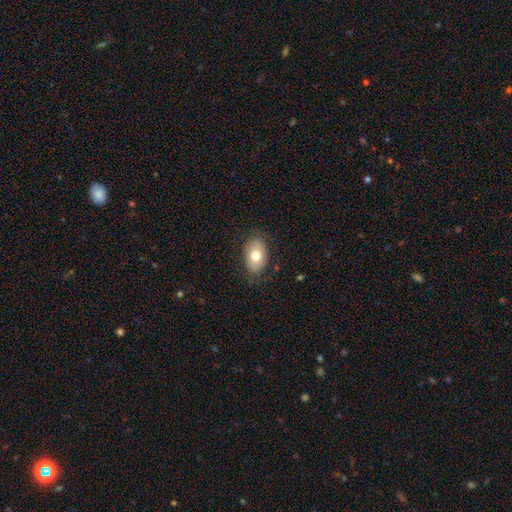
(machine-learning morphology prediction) Smooth or featured? smooth (75%)
How rounded? in between (87%)
Merging? none (83%)